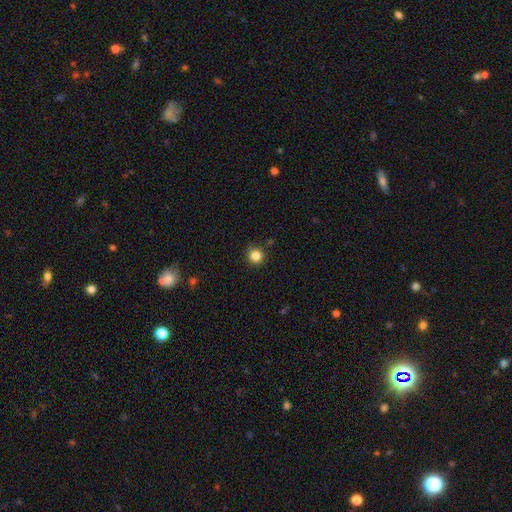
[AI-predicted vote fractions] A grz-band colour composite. It shows a smooth galaxy with no disk features (84%) that is round (94%). Merging: none (87%).